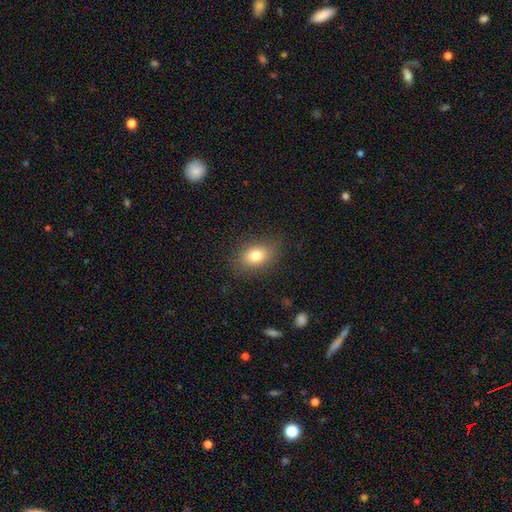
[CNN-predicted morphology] Smooth or featured? smooth (77%)
How rounded? in between (73%)
Merging? none (83%)